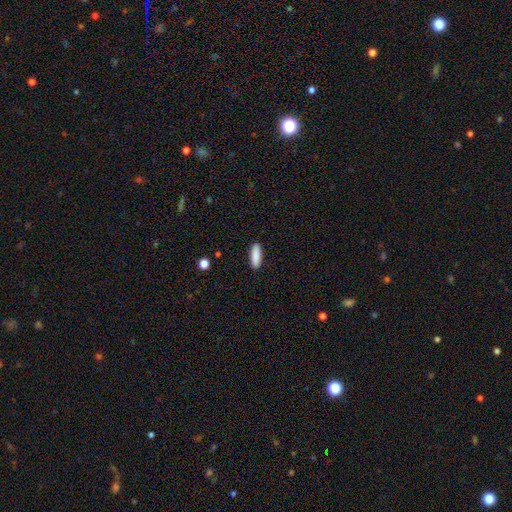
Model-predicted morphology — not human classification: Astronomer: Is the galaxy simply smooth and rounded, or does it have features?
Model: smooth — 89%.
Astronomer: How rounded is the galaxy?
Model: cigar-shaped — 49%, tied with in between at 49%.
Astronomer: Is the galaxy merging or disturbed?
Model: none — 91%.